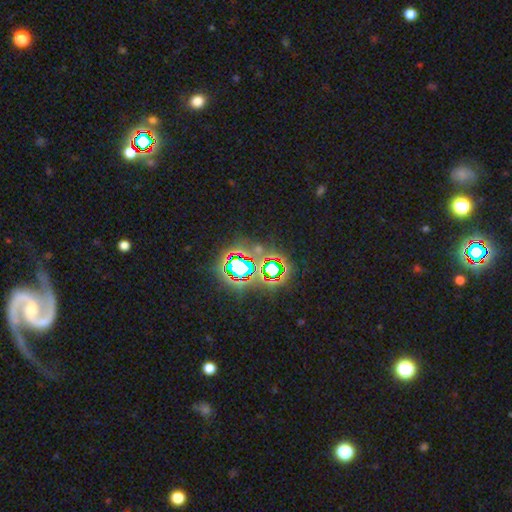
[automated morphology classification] This is possibly a star or artifact rather than a galaxy (53%).